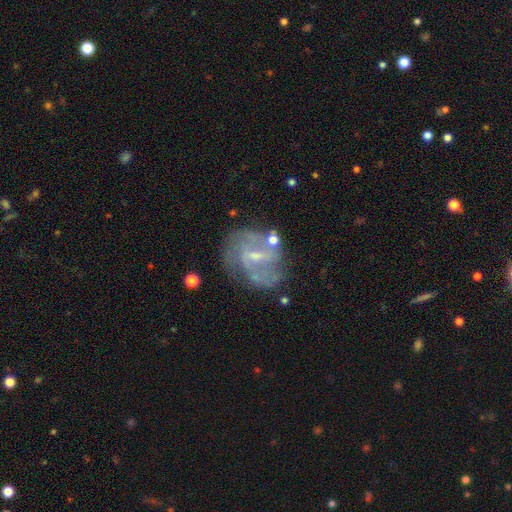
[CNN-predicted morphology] Smooth or featured: featured or disk — 76% (smooth — 15%)
Edge-on disk: no — 97% (yes — 3%)
Bar: weak — 55% (no — 23%)
Spiral arms: yes — 74% (no — 26%)
Spiral winding: medium — 43% (tight — 30%)
Spiral arm count: 2 — 43% (can't tell — 33%)
Bulge size: small — 59% (moderate — 24%)
Merging: none — 57% (minor disturbance — 21%)